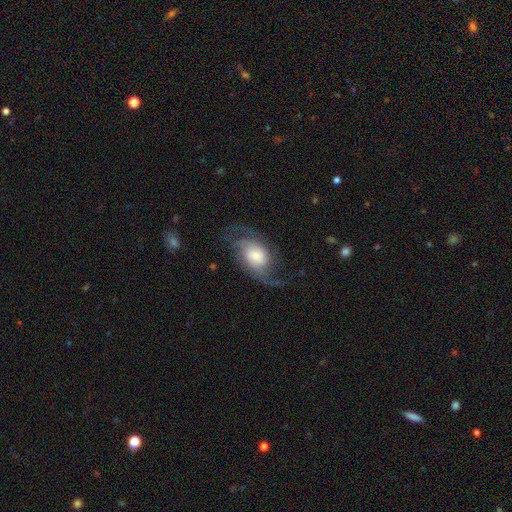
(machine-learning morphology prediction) type=featured or disk (77%); edge-on=no (96%); bar=no (67%); spiral arms=yes (94%); winding=loose (45%); arm count=2 (73%); bulge=large (29%, tied with small); merging=none (60%).